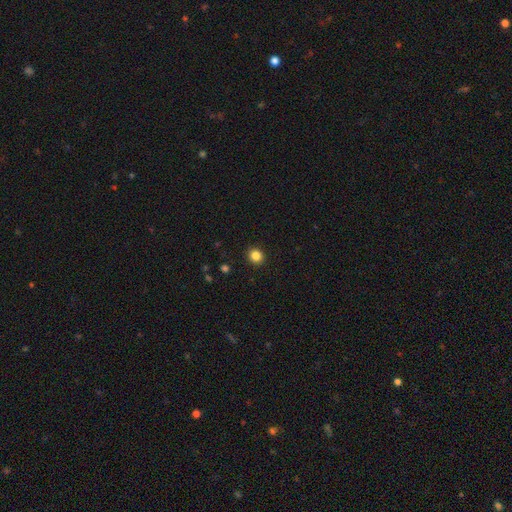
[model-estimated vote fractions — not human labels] Overall: smooth (84%). How rounded: round (87%). Merging: none (92%).